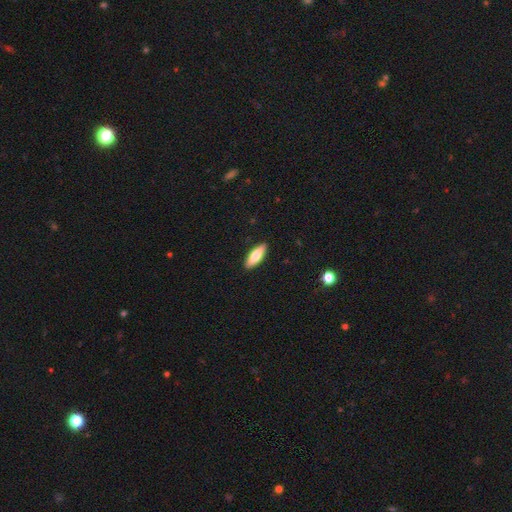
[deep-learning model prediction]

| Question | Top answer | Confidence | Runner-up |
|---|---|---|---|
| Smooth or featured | smooth | 76% | featured or disk (18%) |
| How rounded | in between | 57% | cigar-shaped (41%) |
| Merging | none | 90% | minor disturbance (7%) |